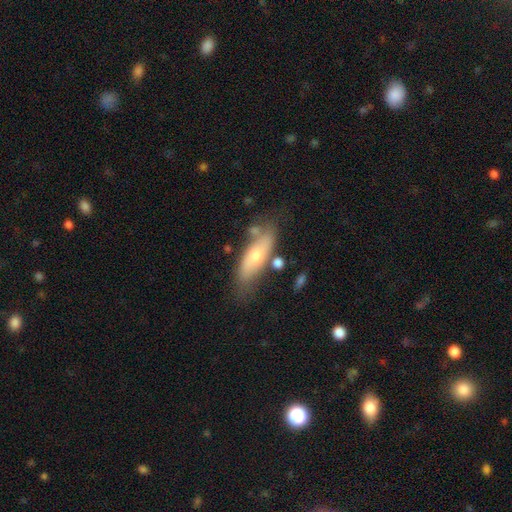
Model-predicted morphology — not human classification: Smooth or featured: smooth — 53% (featured or disk — 41%)
How rounded: in between — 61% (cigar-shaped — 36%)
Merging: none — 63% (minor disturbance — 22%)